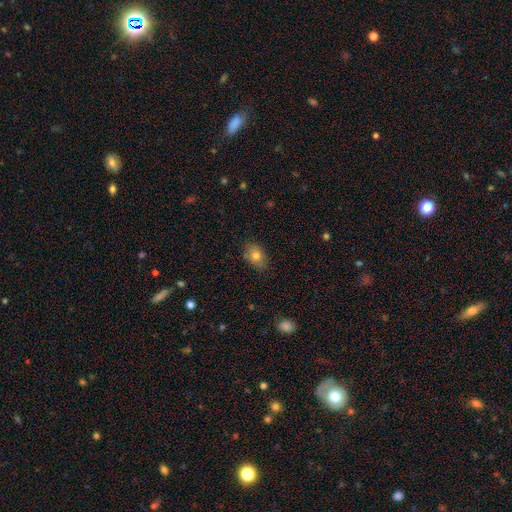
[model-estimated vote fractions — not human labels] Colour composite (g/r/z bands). It shows a smooth galaxy with no disk features (79%) that is in between round and cigar-shaped (74%). Merging: none (80%).